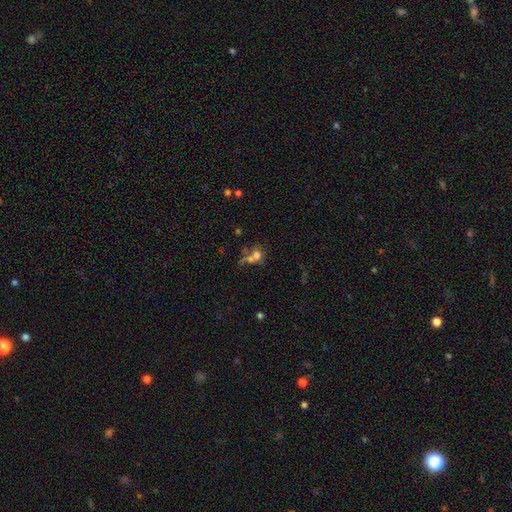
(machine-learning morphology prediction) Smooth or featured? smooth (63%)
How rounded? round (59%)
Merging? merger (50%)